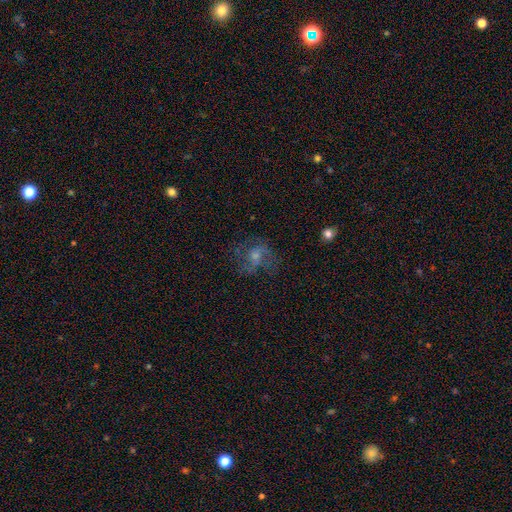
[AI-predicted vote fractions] Smooth or featured? featured or disk (59%)
Edge-on disk? no (97%)
Bar? no (59%)
Spiral arms? yes (78%)
Bulge size? small (47%)
Merging? none (62%)